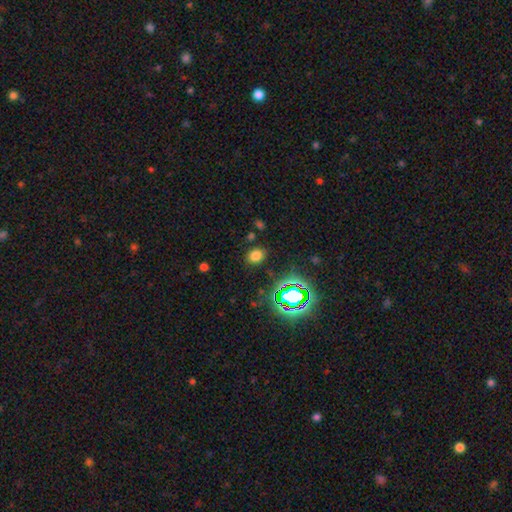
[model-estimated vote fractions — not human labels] A smooth galaxy with no disk features (70%) that is in between round and cigar-shaped (55%). Merging: none (85%).